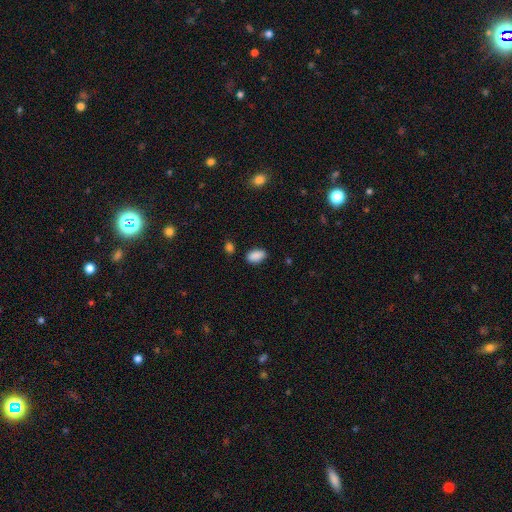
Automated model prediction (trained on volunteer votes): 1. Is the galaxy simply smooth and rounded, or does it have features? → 89% smooth, 8% star or artifact, 3% featured or disk.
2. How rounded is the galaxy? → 93% in between, 5% round, 2% cigar-shaped.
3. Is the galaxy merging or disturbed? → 84% none, 11% minor disturbance, 3% major disturbance, 2% merger.